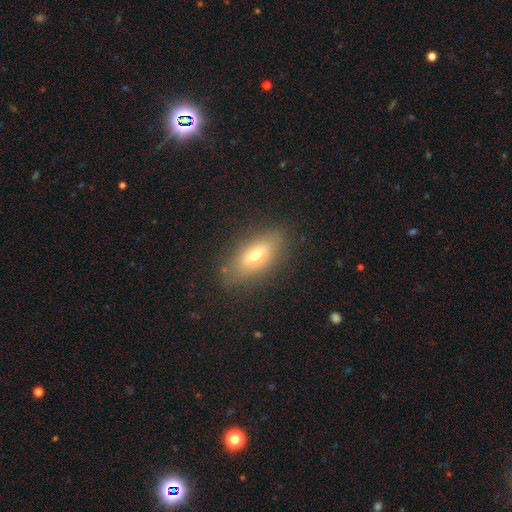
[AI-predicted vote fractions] Smooth or featured? Predicted: smooth (p=0.61). How rounded? Predicted: in between (p=0.75). Merging? Predicted: none (p=0.82).